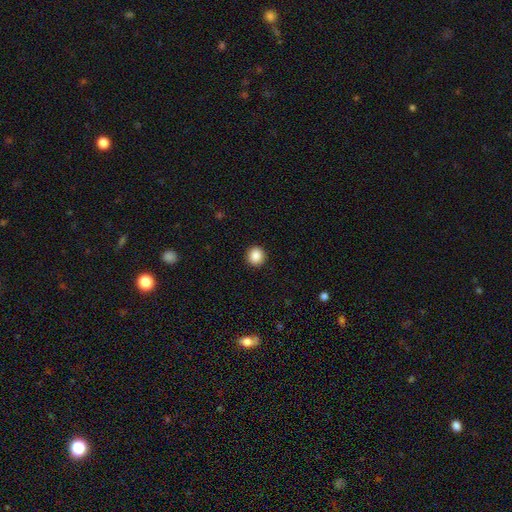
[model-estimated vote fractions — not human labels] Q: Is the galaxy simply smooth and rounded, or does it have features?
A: smooth — 87%.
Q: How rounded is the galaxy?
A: round — 92%.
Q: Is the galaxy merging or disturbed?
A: none — 93%.